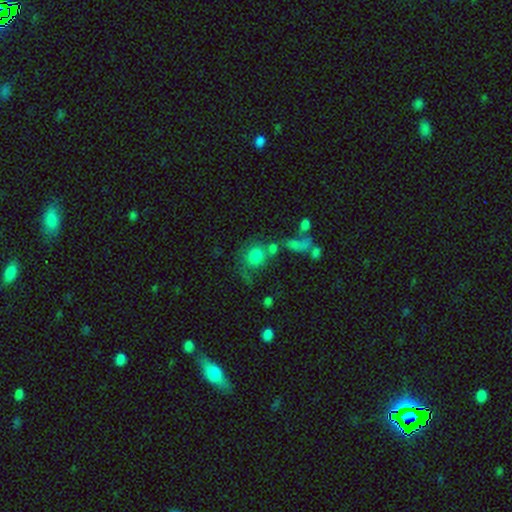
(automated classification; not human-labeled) A smooth galaxy with no disk features (74%) that is round (70%).

Vote fractions:
- Smooth or featured? smooth: 74% / featured or disk: 14% / star or artifact: 12%
- How rounded? round: 70% / in between: 27% / cigar-shaped: 3%
- Merging? none: 39% / merger: 30% / major disturbance: 16% / minor disturbance: 15%